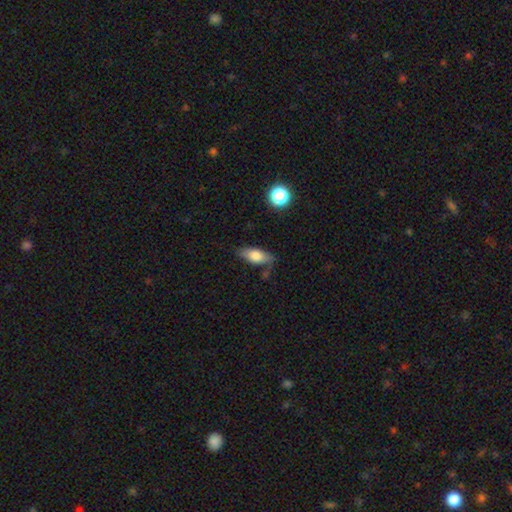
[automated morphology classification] smooth 73%, featured or disk 19%, star or artifact 8%. Down the decision tree: how rounded — in between (79%); merging — none (71%).